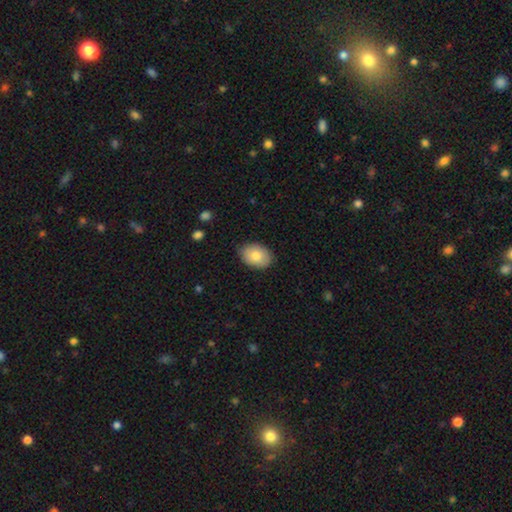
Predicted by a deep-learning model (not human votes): A smooth galaxy with no disk features (82%) that is in between round and cigar-shaped (79%). Merging: none (85%).